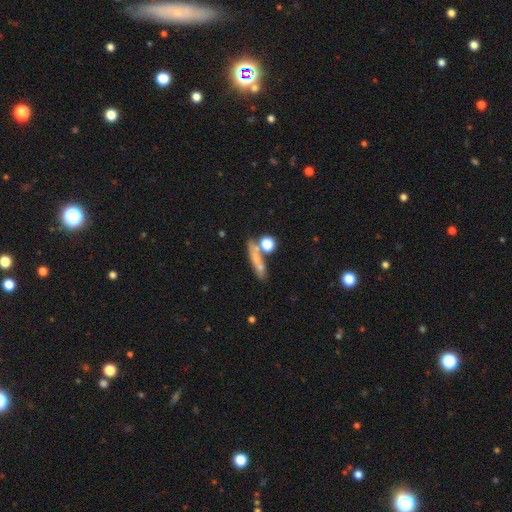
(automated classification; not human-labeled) Smooth or featured? smooth (62%)
How rounded? cigar-shaped (59%)
Merging? none (53%)